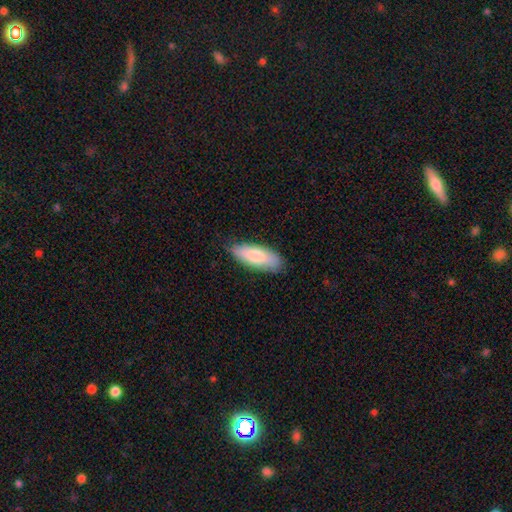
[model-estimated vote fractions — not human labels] The model was most divided on "how rounded": in between: 71%, cigar-shaped: 27%, round: 2%. More confident: merging — none (81%); smooth or featured — smooth (79%).